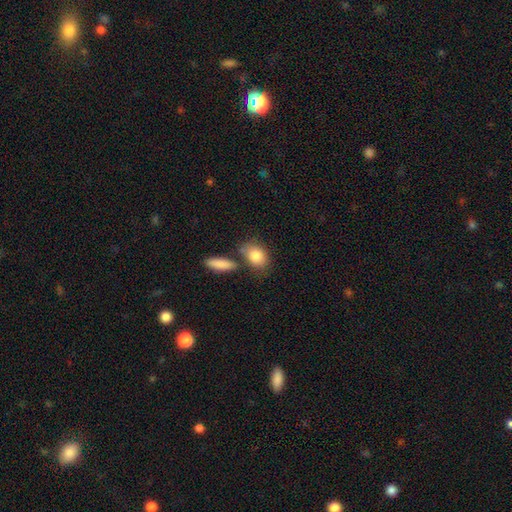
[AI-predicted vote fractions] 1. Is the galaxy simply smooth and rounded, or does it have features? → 84% smooth, 9% featured or disk, 7% star or artifact.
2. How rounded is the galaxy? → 72% in between, 25% round, 3% cigar-shaped.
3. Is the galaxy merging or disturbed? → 62% none, 19% merger, 15% minor disturbance, 5% major disturbance.